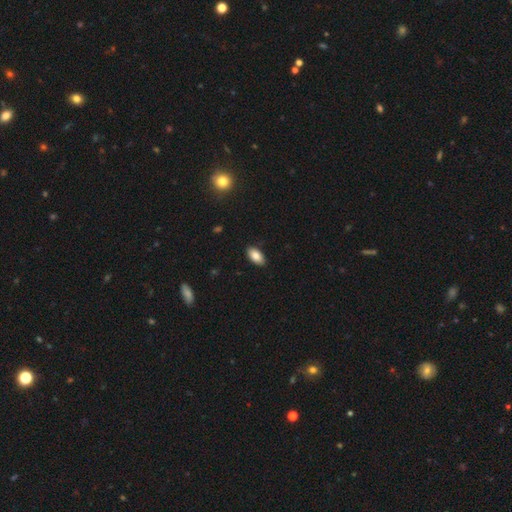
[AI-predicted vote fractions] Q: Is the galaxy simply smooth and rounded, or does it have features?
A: smooth — 84%.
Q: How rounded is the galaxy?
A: in between — 94%.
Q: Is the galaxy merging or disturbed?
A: none — 89%.